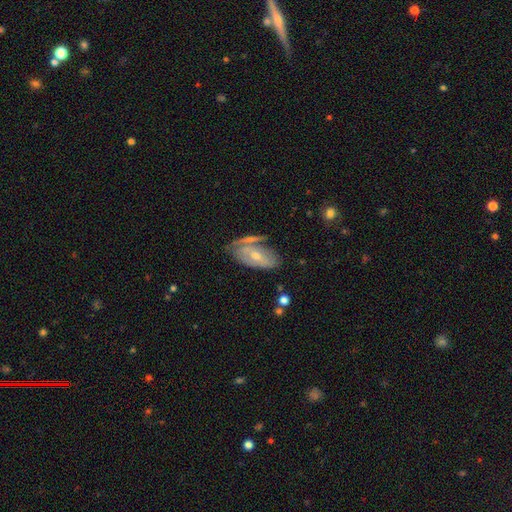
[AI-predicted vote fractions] Smooth or featured?
  - featured or disk: 64% *
  - smooth: 27%
  - star or artifact: 9%
Edge-on disk?
  - no: 87% *
  - yes: 13%
Bar?
  - no: 55% *
  - weak: 32%
  - strong: 13%
Spiral arms?
  - yes: 67% *
  - no: 33%
Bulge size?
  - small: 49% *
  - moderate: 47%
  - large: 2%
  - none: 1%
  - dominant: 1%
Merging?
  - none: 55% *
  - minor disturbance: 22%
  - merger: 14%
  - major disturbance: 10%